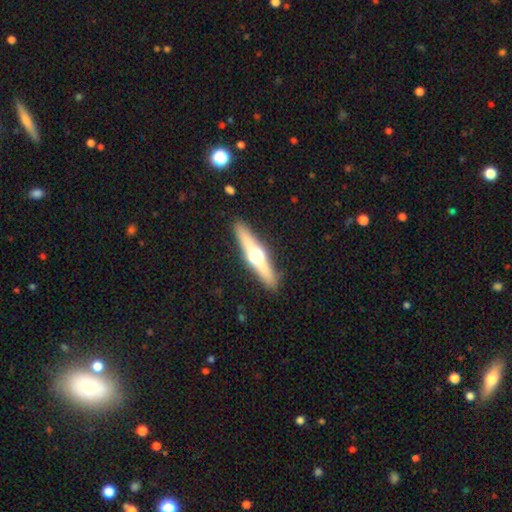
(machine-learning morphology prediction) Smooth or featured: featured or disk — 65% (smooth — 29%)
Edge-on disk: yes — 94% (no — 6%)
Edge-on bulge: rounded — 96% (none — 2%)
Merging: none — 89% (minor disturbance — 7%)